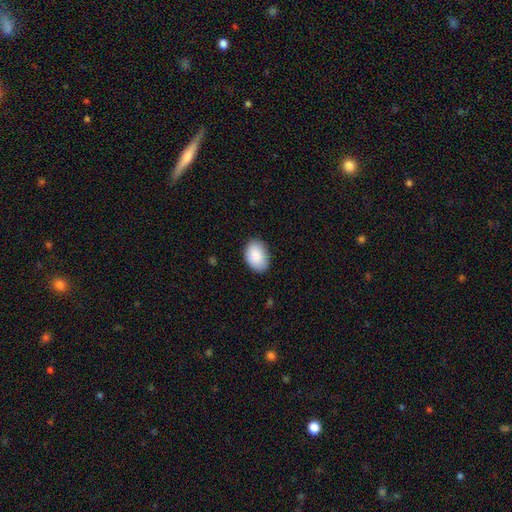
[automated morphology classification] This appears to be a smooth galaxy with no disk features (90%) that is in between round and cigar-shaped (86%). Merging: none (84%).